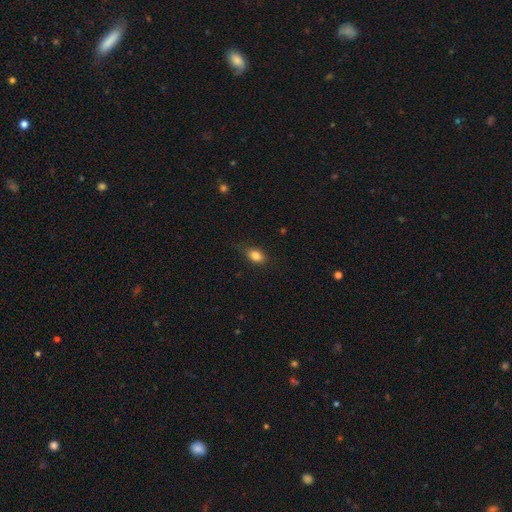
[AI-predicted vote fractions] This appears to be a smooth galaxy with no disk features (83%) that is in between round and cigar-shaped (78%). Merging: none (75%).